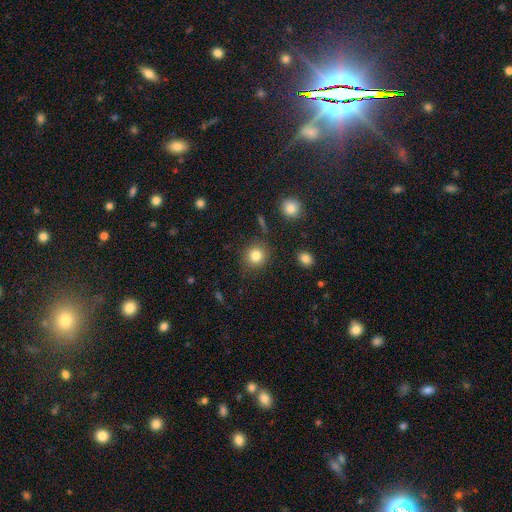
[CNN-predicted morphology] Overall: smooth (82%). How rounded: round (89%). Merging: none (86%).